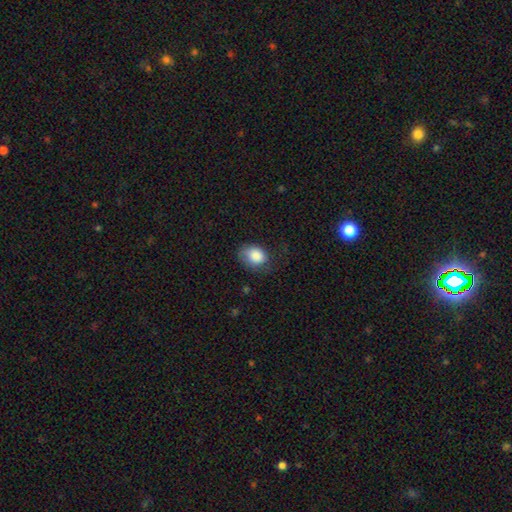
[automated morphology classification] Q: Smooth or featured?
A: smooth (85%); runner-up: star or artifact (7%)
Q: How rounded?
A: in between (67%); runner-up: round (32%)
Q: Merging?
A: none (53%); runner-up: minor disturbance (31%)